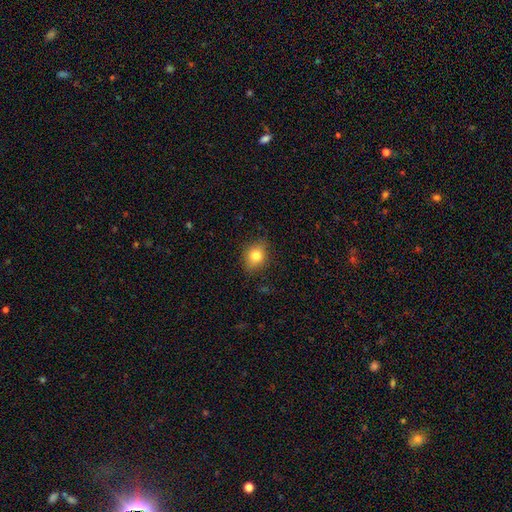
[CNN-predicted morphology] A smooth galaxy with no disk features (79%) that is round (53%). Merging: none (83%).